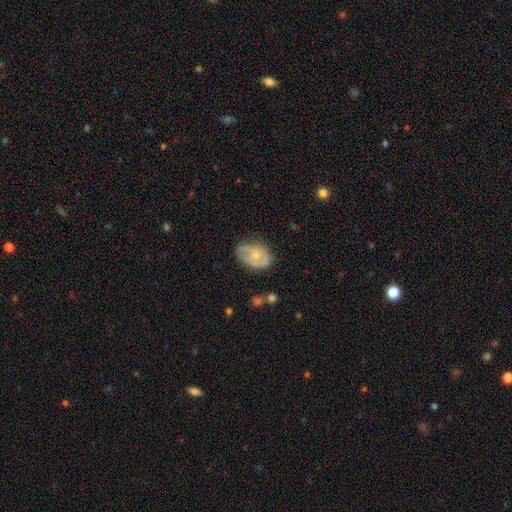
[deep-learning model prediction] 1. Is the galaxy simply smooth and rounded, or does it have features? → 50% featured or disk, 43% smooth, 7% star or artifact.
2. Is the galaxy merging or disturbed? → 49% none, 34% minor disturbance, 14% major disturbance, 3% merger.